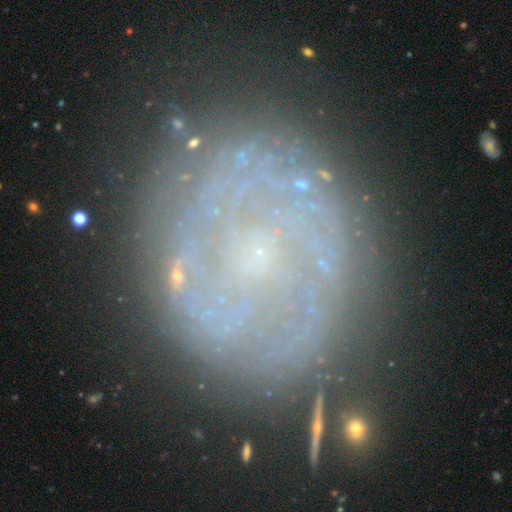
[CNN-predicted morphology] The model was most divided on "spiral arm count": can't tell: 44%, 2: 24%, 3: 10%, 4: 7%, 1: 7%, more than 4: 7%. More confident: edge-on disk — no (97%); bar — no (75%); spiral arms — yes (73%); smooth or featured — featured or disk (71%); merging — none (70%); spiral winding — tight (62%); bulge size — small (60%).